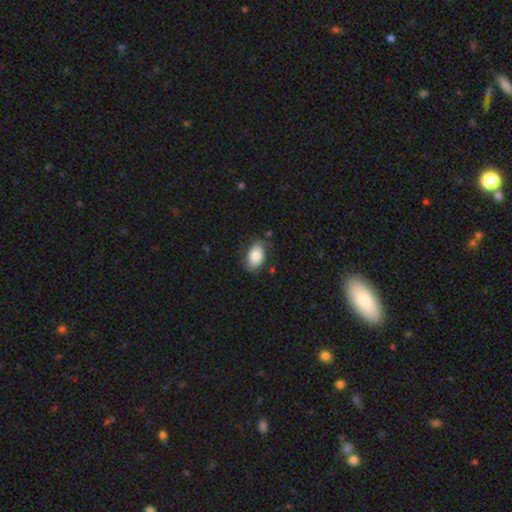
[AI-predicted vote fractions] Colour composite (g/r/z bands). It shows a smooth galaxy with no disk features (78%) that is in between round and cigar-shaped (88%). Merging: none (70%).